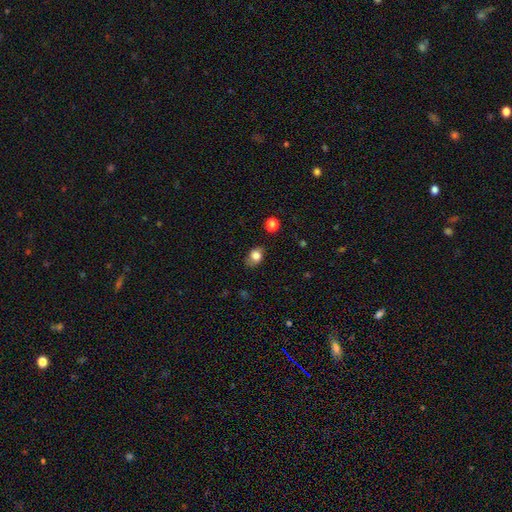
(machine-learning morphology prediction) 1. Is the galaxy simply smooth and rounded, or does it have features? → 82% smooth, 10% star or artifact, 8% featured or disk.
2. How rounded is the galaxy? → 61% in between, 38% round, 1% cigar-shaped.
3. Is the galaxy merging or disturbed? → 68% none, 24% minor disturbance, 6% major disturbance, 2% merger.